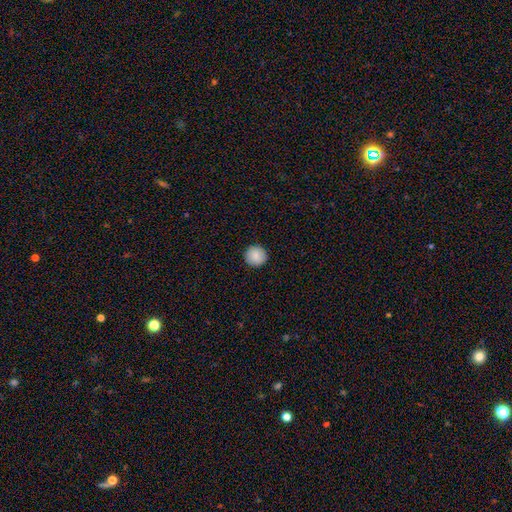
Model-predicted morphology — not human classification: smooth 87%, star or artifact 7%, featured or disk 5%. Down the decision tree: how rounded — round (95%); merging — none (93%).